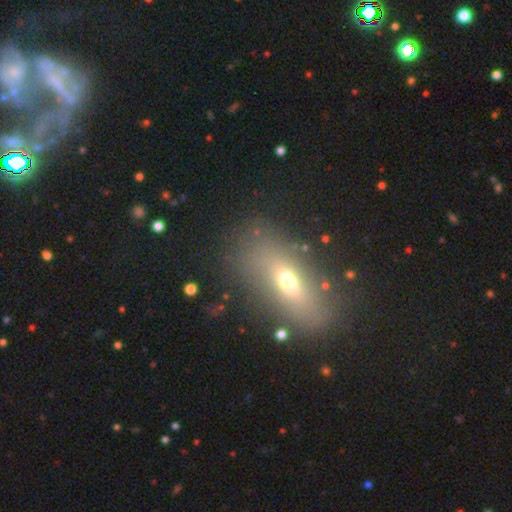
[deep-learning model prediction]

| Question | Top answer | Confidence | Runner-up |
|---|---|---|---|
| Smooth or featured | smooth | 58% | featured or disk (26%) |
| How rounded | in between | 68% | cigar-shaped (23%) |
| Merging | none | 78% | minor disturbance (13%) |